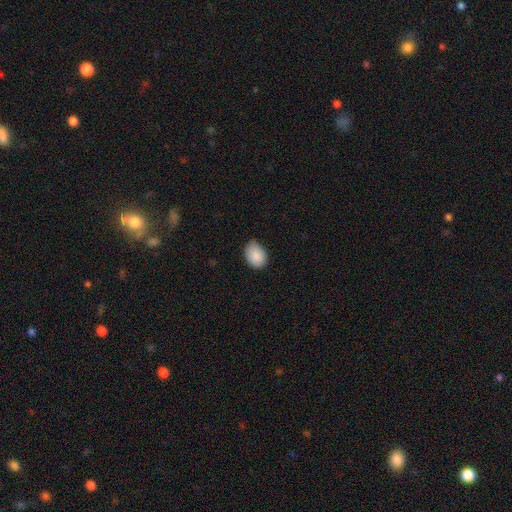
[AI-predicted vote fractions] Q: Smooth or featured?
A: smooth (89%); runner-up: star or artifact (7%)
Q: How rounded?
A: in between (71%); runner-up: round (28%)
Q: Merging?
A: none (64%); runner-up: minor disturbance (31%)